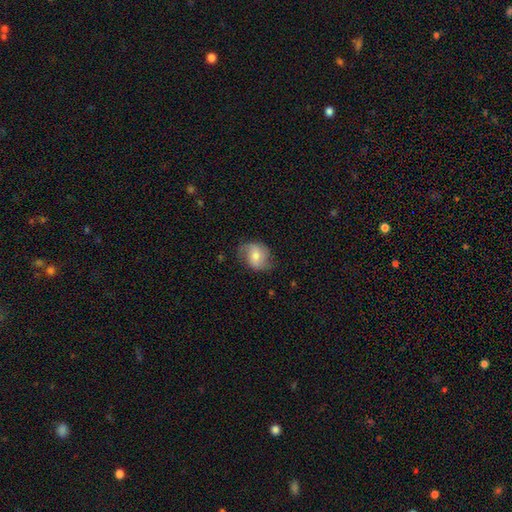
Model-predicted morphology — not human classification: smooth-or-featured: featured or disk: 46% (tied) | smooth: 46% (tied) | star or artifact: 8%
  merging: none: 67% | minor disturbance: 24% | major disturbance: 9% | merger: 1%